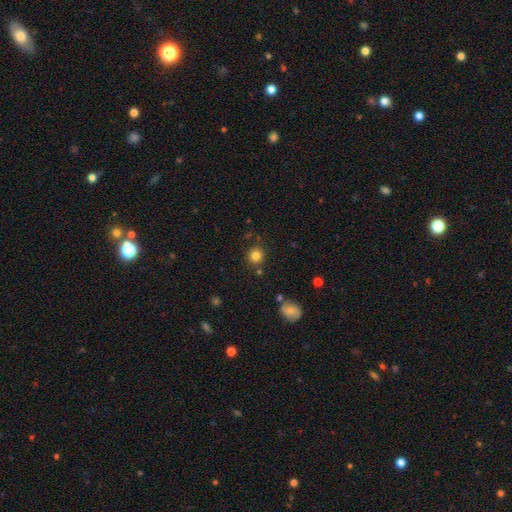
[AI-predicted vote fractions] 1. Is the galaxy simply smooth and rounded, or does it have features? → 82% smooth, 12% star or artifact, 6% featured or disk.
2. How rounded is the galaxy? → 90% round, 9% in between, 1% cigar-shaped.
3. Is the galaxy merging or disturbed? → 85% none, 8% minor disturbance, 4% merger, 3% major disturbance.